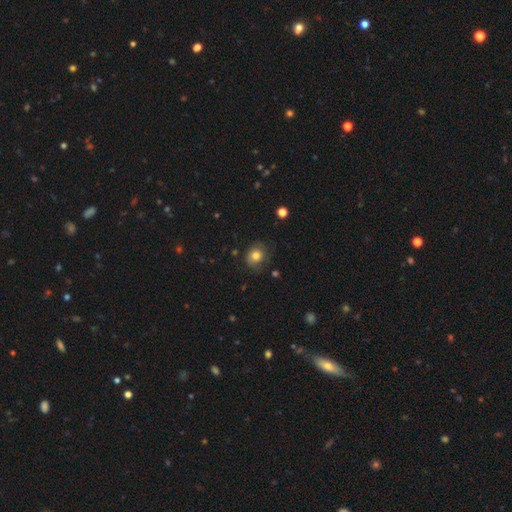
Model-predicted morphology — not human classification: Overall: smooth (79%). How rounded: round (67%; in between 32%). Merging: none (73%).